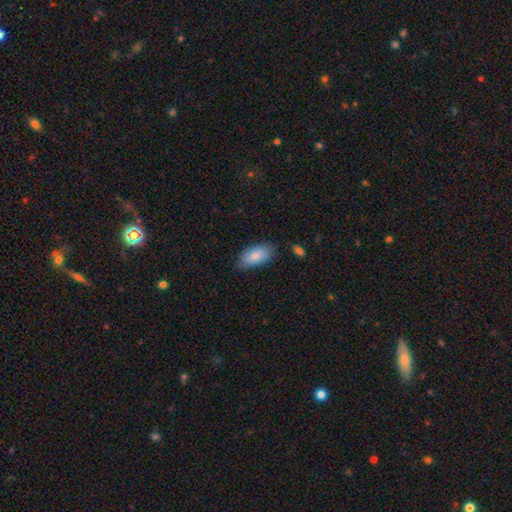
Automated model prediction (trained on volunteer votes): smooth-or-featured: smooth: 81% | featured or disk: 13% | star or artifact: 6%
  how-rounded: in between: 93% | cigar-shaped: 4% | round: 3%
  merging: none: 74% | minor disturbance: 21% | major disturbance: 4% | merger: 2%